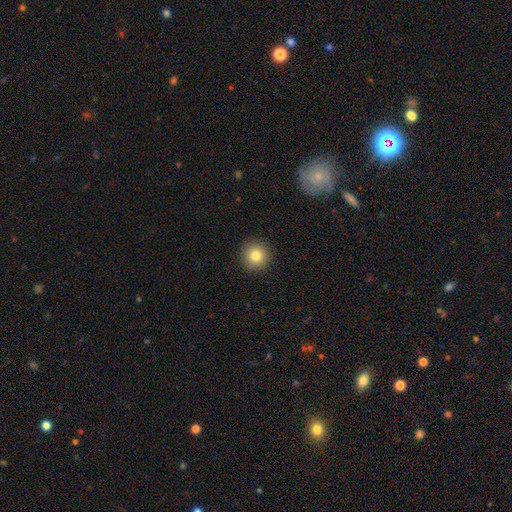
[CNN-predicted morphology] Smooth or featured: smooth — 82% (star or artifact — 10%)
How rounded: round — 95% (in between — 4%)
Merging: none — 92% (minor disturbance — 5%)